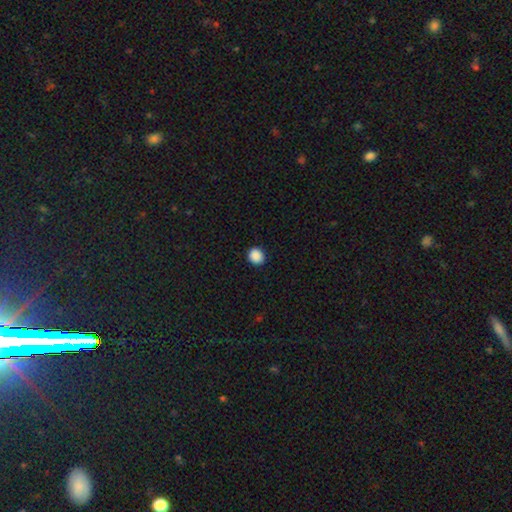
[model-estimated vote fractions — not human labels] Smooth or featured?
  - smooth: 89% *
  - star or artifact: 9%
  - featured or disk: 2%
How rounded?
  - round: 75% *
  - in between: 25%
  - cigar-shaped: 1%
Merging?
  - none: 91% *
  - minor disturbance: 6%
  - major disturbance: 2%
  - merger: 1%